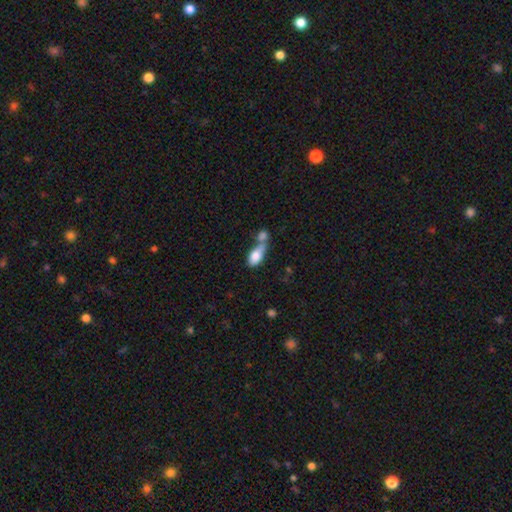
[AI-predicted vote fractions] A smooth galaxy with no disk features (78%) that is in between round and cigar-shaped (86%). Merging: merger (61%).